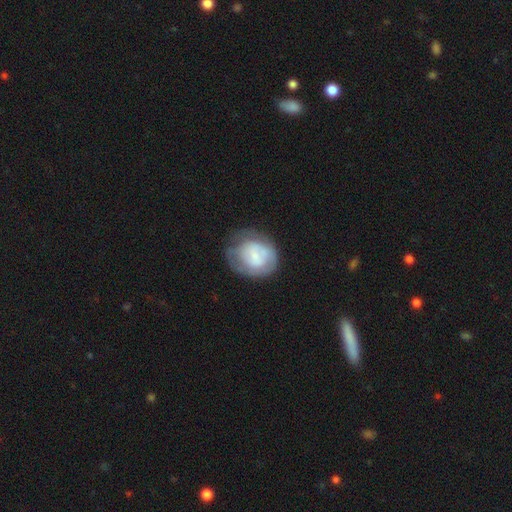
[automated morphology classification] Smooth or featured? smooth (54%)
How rounded? round (65%)
Merging? none (47%)